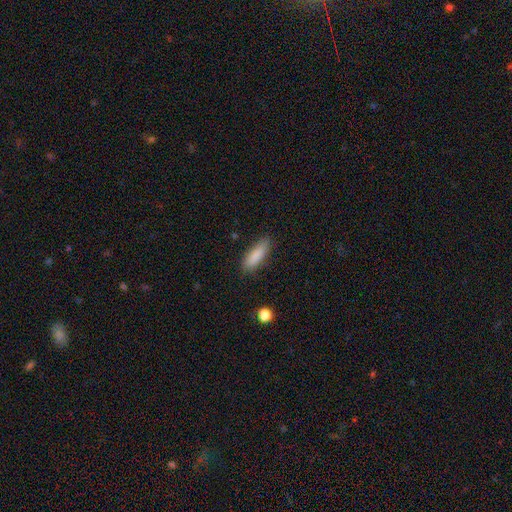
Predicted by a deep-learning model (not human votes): Smooth or featured: smooth — 86% (featured or disk — 7%)
How rounded: cigar-shaped — 52% (in between — 46%)
Merging: none — 82% (minor disturbance — 14%)